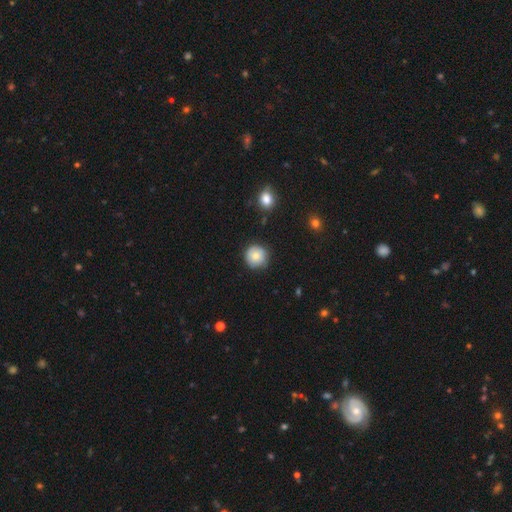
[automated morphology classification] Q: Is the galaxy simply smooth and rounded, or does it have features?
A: smooth — 79%.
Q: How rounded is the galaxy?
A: round — 94%.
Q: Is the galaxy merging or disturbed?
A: none — 84%.